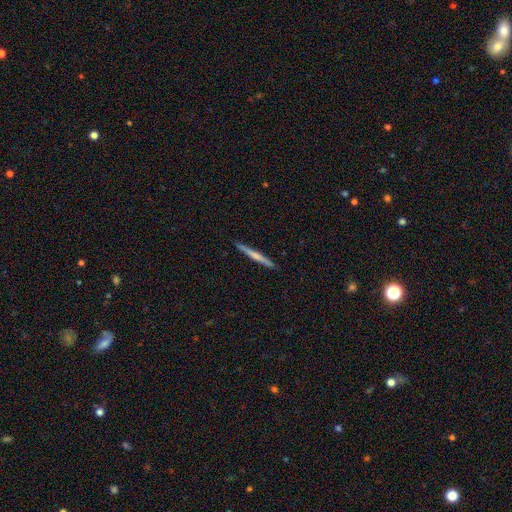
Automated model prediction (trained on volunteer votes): Q: Smooth or featured?
A: smooth (48%); runner-up: featured or disk (46%)
Q: Merging?
A: none (91%); runner-up: minor disturbance (6%)